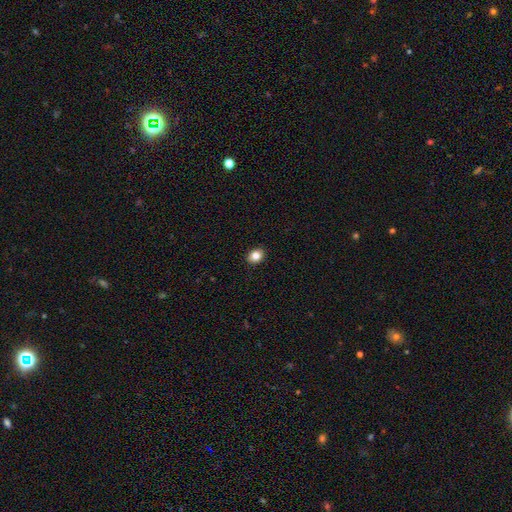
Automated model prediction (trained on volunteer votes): smooth-or-featured: smooth: 83% | star or artifact: 10% | featured or disk: 7%
  how-rounded: in between: 60% | round: 39% | cigar-shaped: 1%
  merging: none: 91% | minor disturbance: 7% | major disturbance: 2% | merger: 1%